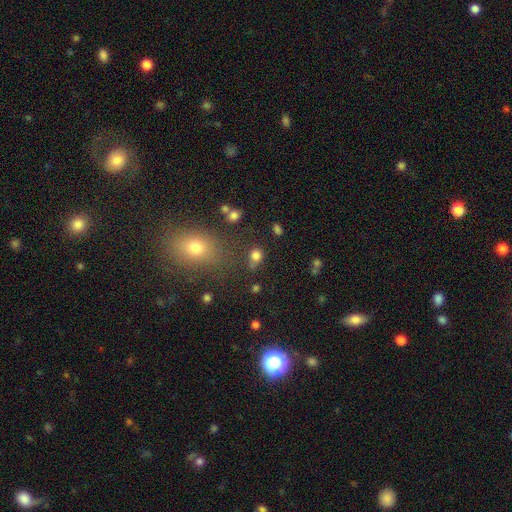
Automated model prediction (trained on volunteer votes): A smooth galaxy with no disk features (77%) that is round (70%).

Vote fractions:
- Smooth or featured? smooth: 77% / star or artifact: 16% / featured or disk: 6%
- How rounded? round: 70% / in between: 28% / cigar-shaped: 1%
- Merging? none: 67% / minor disturbance: 14% / merger: 13% / major disturbance: 6%